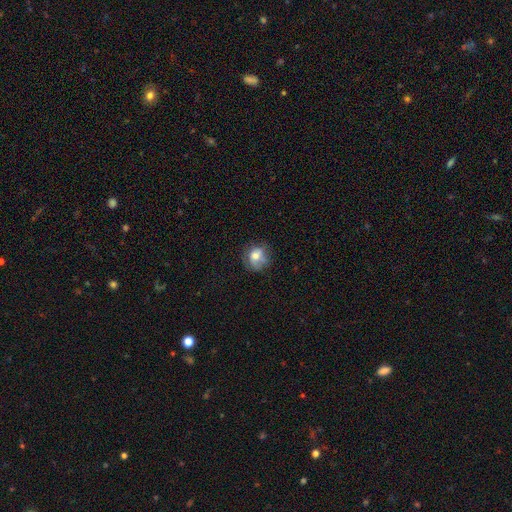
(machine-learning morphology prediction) Smooth or featured? Predicted: smooth (p=0.72). How rounded? Predicted: round (p=0.72). Merging? Predicted: none (p=0.58).